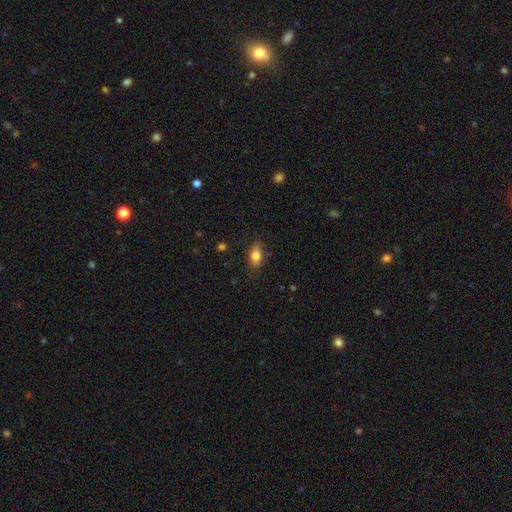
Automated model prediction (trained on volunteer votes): smooth 80%, featured or disk 12%, star or artifact 8%. Down the decision tree: how rounded — in between (85%); merging — none (81%).